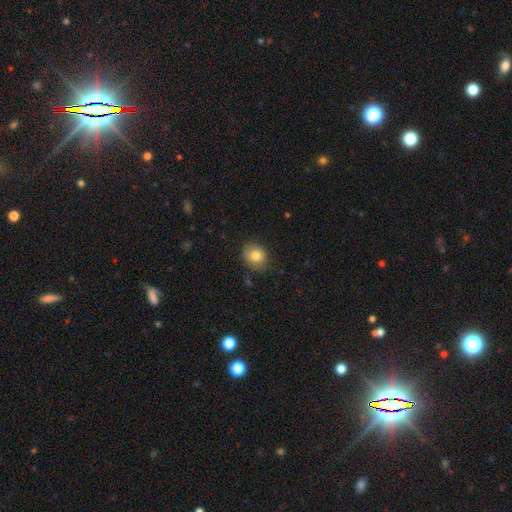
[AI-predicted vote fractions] A smooth galaxy with no disk features (82%) that is round (63%).

Vote fractions:
- Smooth or featured? smooth: 82% / star or artifact: 10% / featured or disk: 8%
- How rounded? round: 63% / in between: 36% / cigar-shaped: 1%
- Merging? none: 81% / minor disturbance: 14% / major disturbance: 3% / merger: 1%